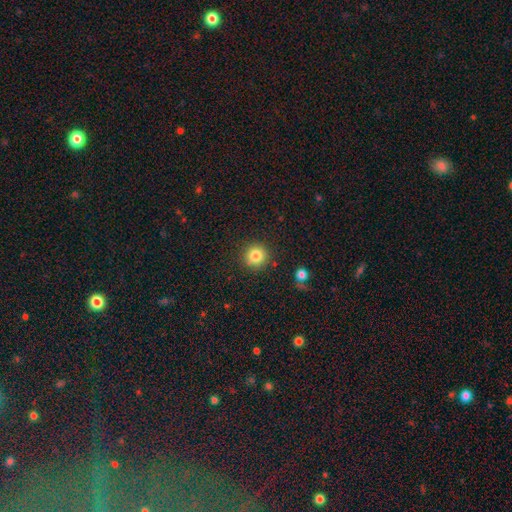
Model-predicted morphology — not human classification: smooth-or-featured: smooth: 83% | star or artifact: 11% | featured or disk: 6%
  how-rounded: round: 92% | in between: 7% | cigar-shaped: 1%
  merging: none: 88% | minor disturbance: 7% | major disturbance: 3% | merger: 2%